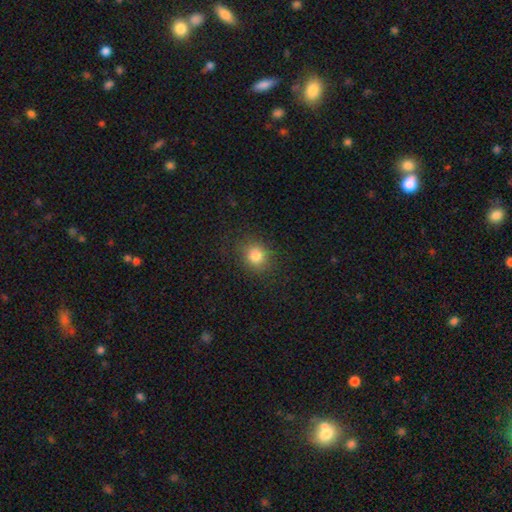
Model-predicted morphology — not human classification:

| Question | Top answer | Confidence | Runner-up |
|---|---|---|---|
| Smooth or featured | smooth | 81% | star or artifact (13%) |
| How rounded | round | 76% | in between (22%) |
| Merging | none | 86% | minor disturbance (9%) |